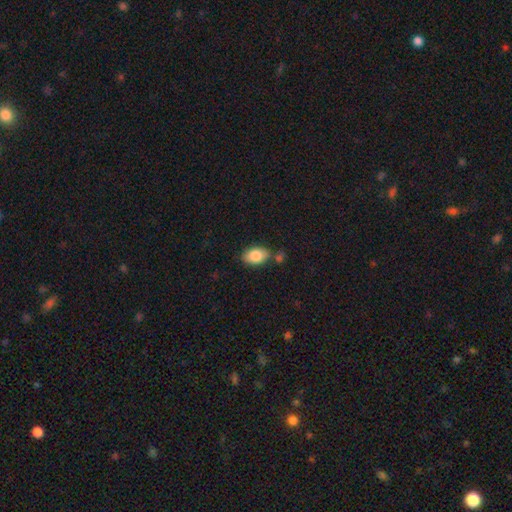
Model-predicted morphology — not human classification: Q: Smooth or featured?
A: smooth (84%); runner-up: featured or disk (9%)
Q: How rounded?
A: in between (89%); runner-up: round (10%)
Q: Merging?
A: none (68%); runner-up: minor disturbance (15%)